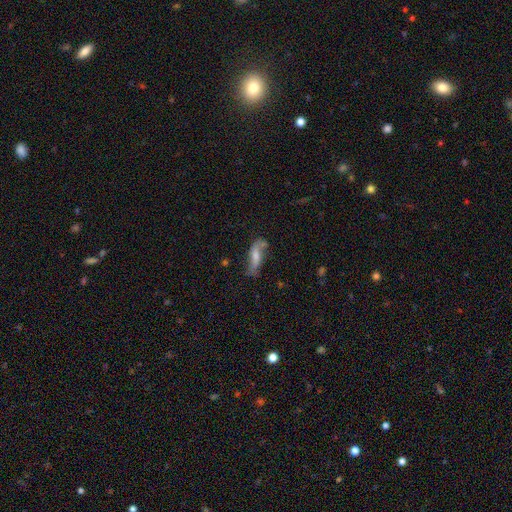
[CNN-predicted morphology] Smooth or featured? featured or disk (60%)
Edge-on disk? no (82%)
Merging? none (54%)